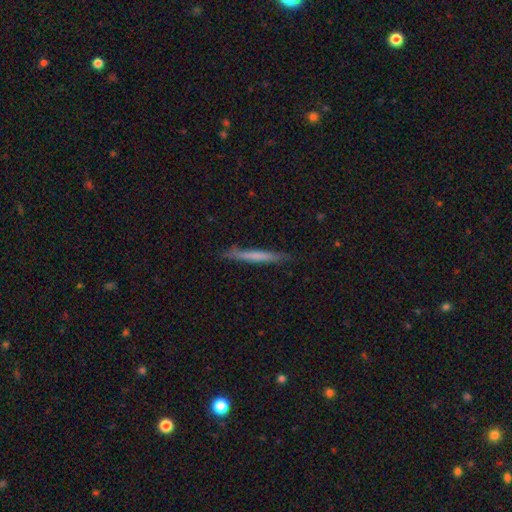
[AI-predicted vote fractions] A smooth galaxy with no disk features (60%) that is cigar-shaped (96%). Merging: none (86%).